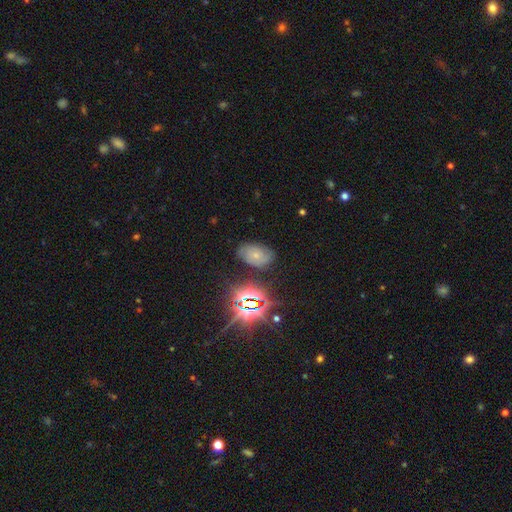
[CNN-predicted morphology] Smooth or featured?
  - smooth: 44% *
  - featured or disk: 29%
  - star or artifact: 27%
Merging?
  - none: 75% *
  - minor disturbance: 17%
  - major disturbance: 5%
  - merger: 2%